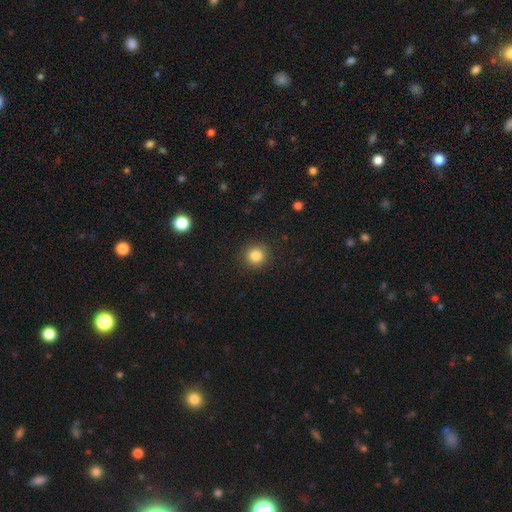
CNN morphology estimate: smooth-or-featured: smooth: 84% | star or artifact: 11% | featured or disk: 5%
  how-rounded: round: 92% | in between: 7% | cigar-shaped: 1%
  merging: none: 90% | minor disturbance: 6% | major disturbance: 2% | merger: 1%